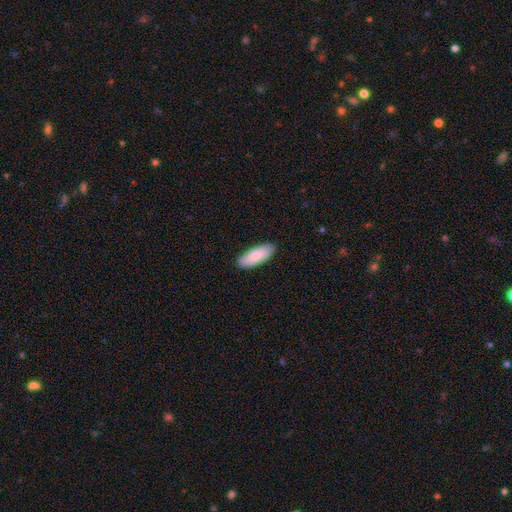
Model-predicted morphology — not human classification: smooth_or_featured: smooth (p=0.85) [alt: featured or disk p=0.10]
how_rounded: in between (p=0.76) [alt: cigar-shaped p=0.22]
merging: none (p=0.89) [alt: minor disturbance p=0.09]